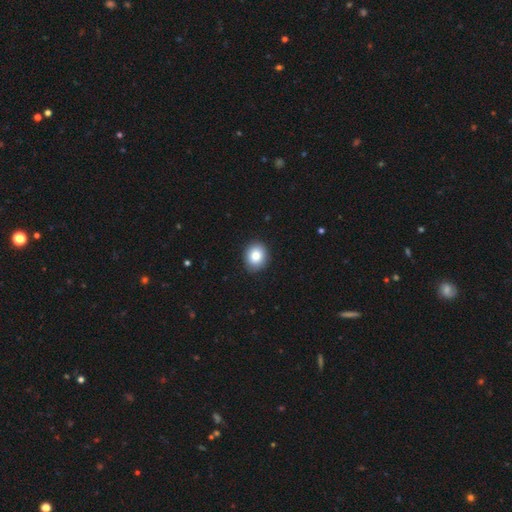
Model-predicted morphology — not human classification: This appears to be a smooth galaxy with no disk features (84%) that is round (65%). Merging: none (89%).